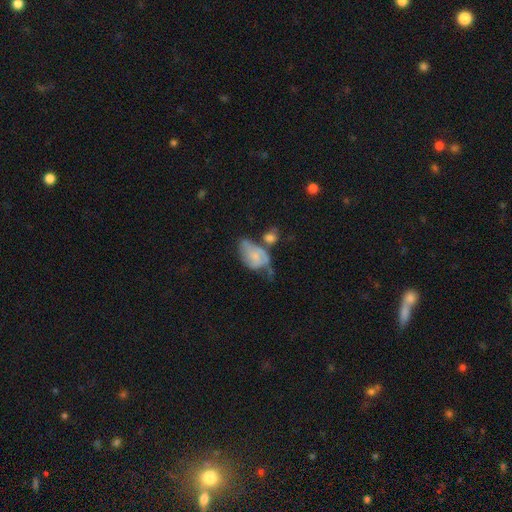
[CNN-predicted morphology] smooth_or_featured: featured or disk (p=0.49) [alt: smooth p=0.43]
merging: merger (p=0.30) [alt: major disturbance p=0.25]